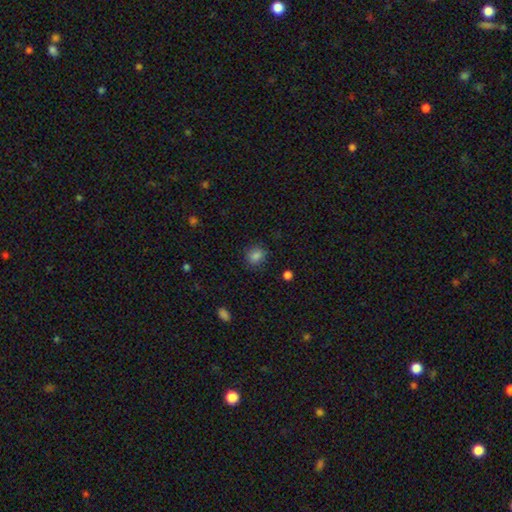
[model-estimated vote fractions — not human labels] Morphology: type=smooth (84%); roundness=round (71%); merging=none (83%).